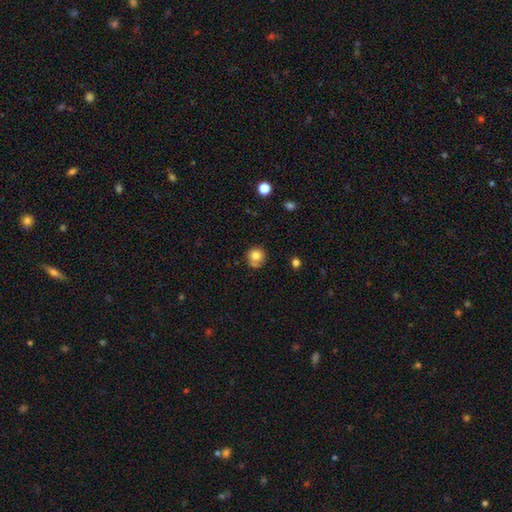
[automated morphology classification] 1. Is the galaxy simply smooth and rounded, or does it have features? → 78% smooth, 11% star or artifact, 11% featured or disk.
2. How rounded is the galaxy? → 91% round, 8% in between, 1% cigar-shaped.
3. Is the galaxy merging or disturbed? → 71% none, 17% minor disturbance, 8% merger, 4% major disturbance.